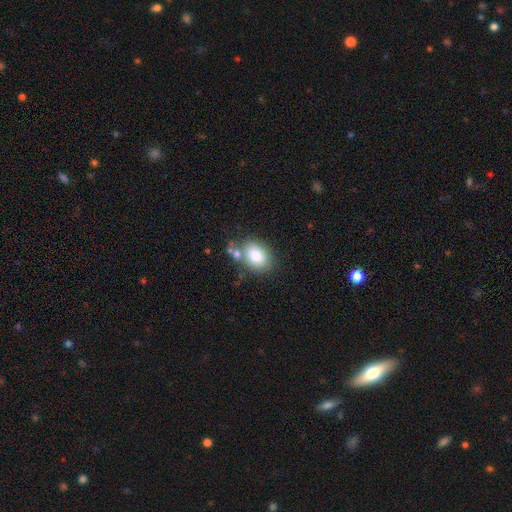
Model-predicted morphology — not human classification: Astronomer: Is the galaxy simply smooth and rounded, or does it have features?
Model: smooth — 82%.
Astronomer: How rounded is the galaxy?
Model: in between — 76%.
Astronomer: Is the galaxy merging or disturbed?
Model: none — 65%.